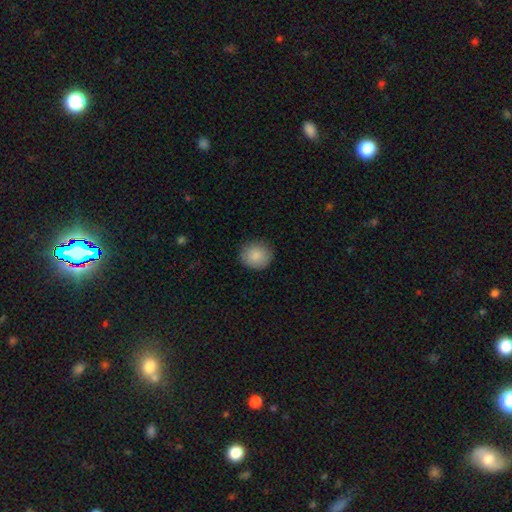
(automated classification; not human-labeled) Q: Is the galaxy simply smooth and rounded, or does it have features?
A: smooth — 87%.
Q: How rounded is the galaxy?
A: round — 85%.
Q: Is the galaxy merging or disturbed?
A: none — 88%.